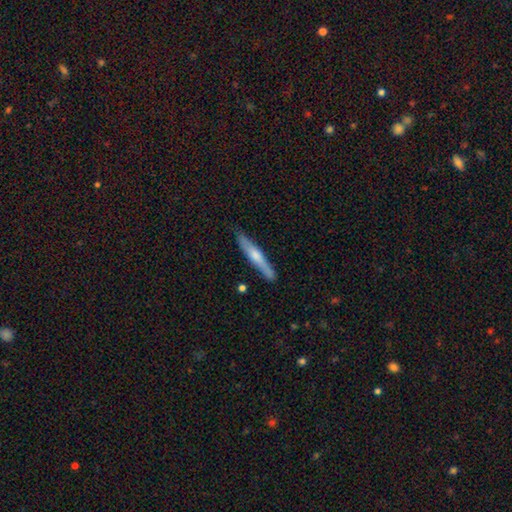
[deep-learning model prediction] This is possibly a featured or disk galaxy (51%). It is clearly viewed edge-on (94%). Merging: clearly none (85%).